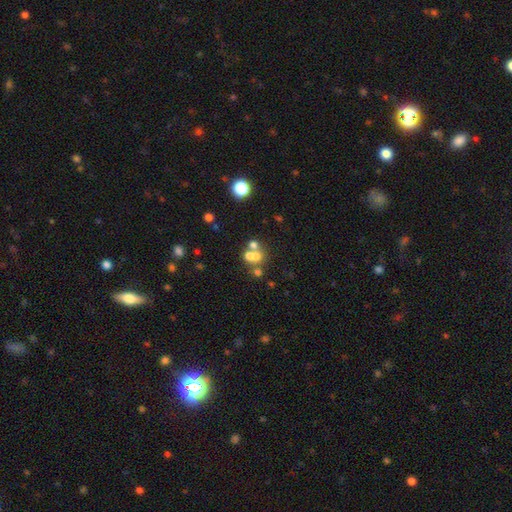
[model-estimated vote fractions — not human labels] Morphology: type=smooth (57%); roundness=round (67%); merging=merger (55%).